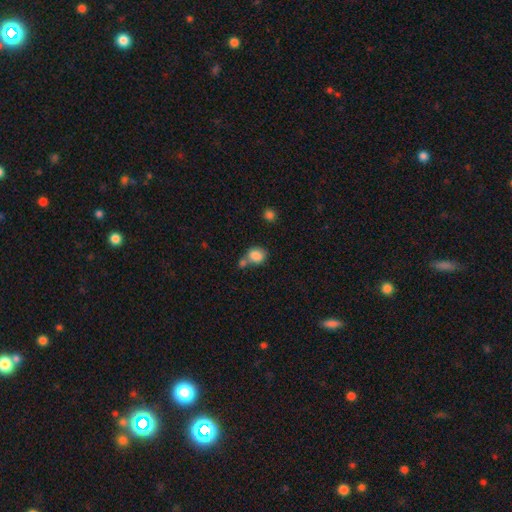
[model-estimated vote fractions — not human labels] Smooth or featured?
  - smooth: 85% *
  - star or artifact: 9%
  - featured or disk: 7%
How rounded?
  - round: 63% *
  - in between: 36%
  - cigar-shaped: 1%
Merging?
  - none: 47% *
  - merger: 34%
  - minor disturbance: 14%
  - major disturbance: 5%